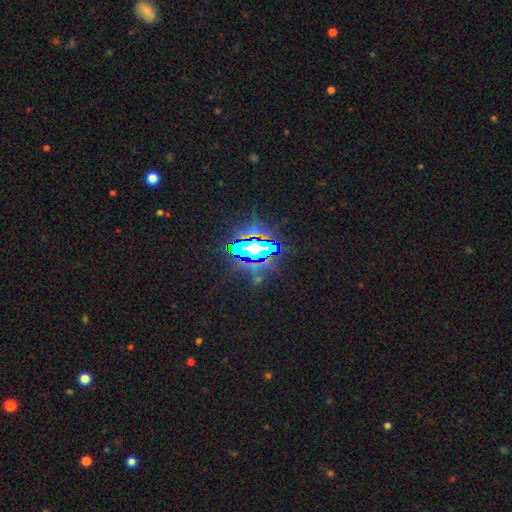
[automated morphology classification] A star or artifact, not a galaxy (79%).

Vote fractions:
- Smooth or featured? star or artifact: 79% / smooth: 11% / featured or disk: 10%